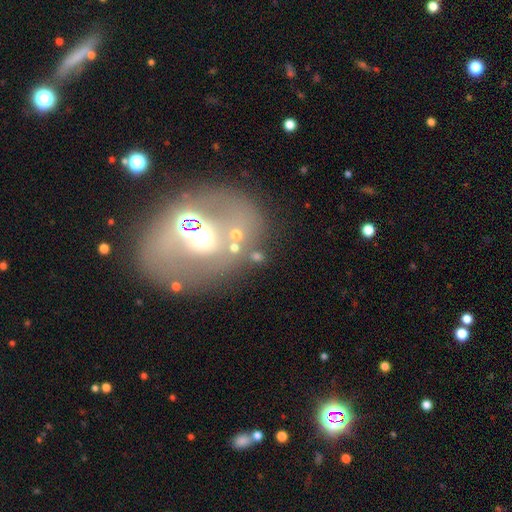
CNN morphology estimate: Smooth or featured?
  - smooth: 39% *
  - star or artifact: 35%
  - featured or disk: 26%
Merging?
  - none: 59% *
  - merger: 18%
  - minor disturbance: 13%
  - major disturbance: 10%